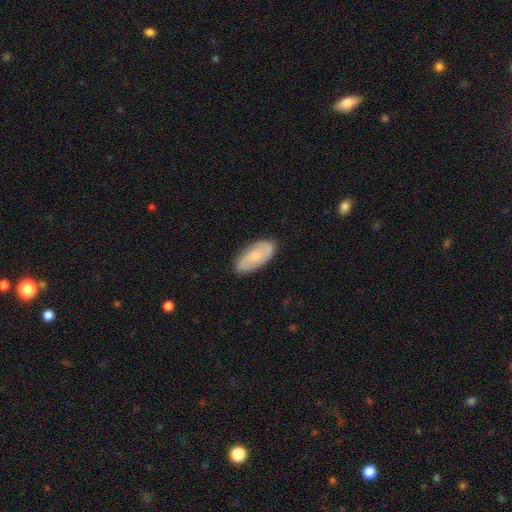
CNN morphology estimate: A smooth galaxy with no disk features (49%). Merging: none (85%).